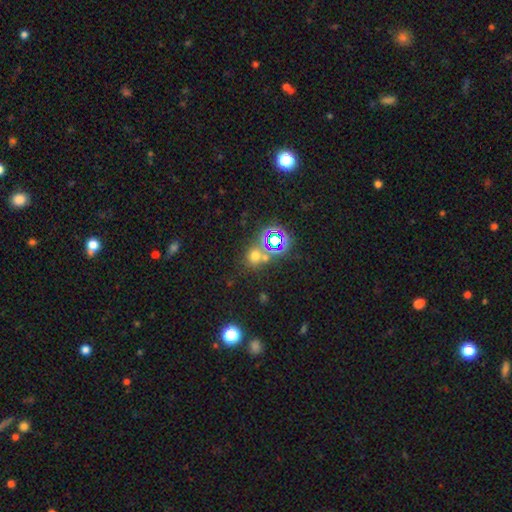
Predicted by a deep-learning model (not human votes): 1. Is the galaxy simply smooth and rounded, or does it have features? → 56% smooth, 36% star or artifact, 9% featured or disk.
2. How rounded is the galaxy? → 78% round, 21% in between, 1% cigar-shaped.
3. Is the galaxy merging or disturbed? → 60% none, 26% merger, 9% minor disturbance, 5% major disturbance.